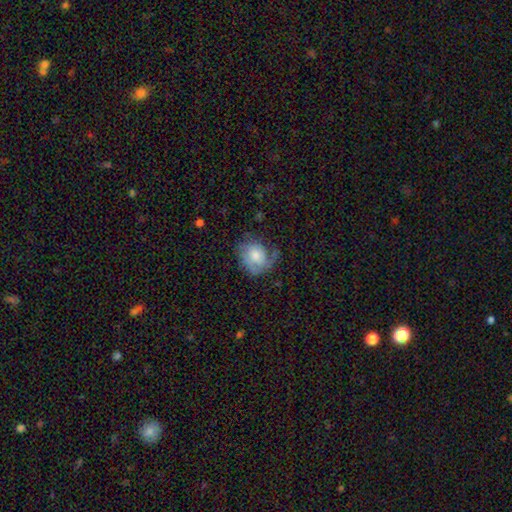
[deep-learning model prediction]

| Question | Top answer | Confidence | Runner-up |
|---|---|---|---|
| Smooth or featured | smooth | 50% | featured or disk (42%) |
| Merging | none | 45% | minor disturbance (29%) |